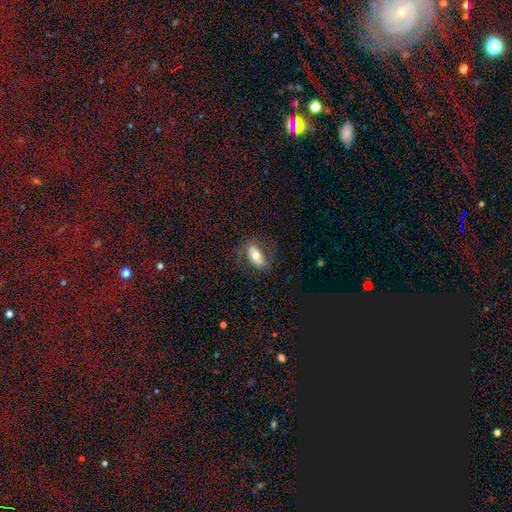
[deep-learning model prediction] smooth 56%, featured or disk 36%, star or artifact 8%. Down the decision tree: how rounded — in between (85%); merging — none (70%).